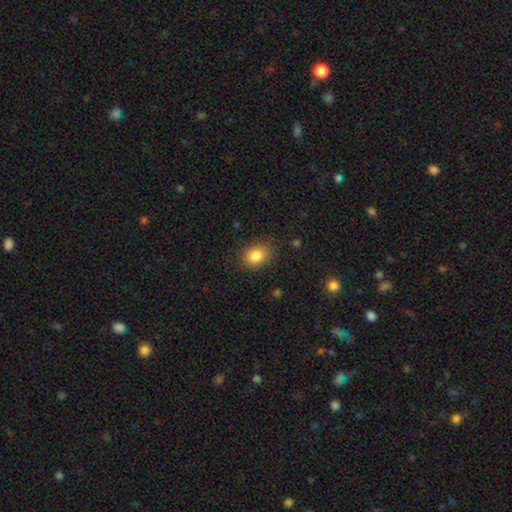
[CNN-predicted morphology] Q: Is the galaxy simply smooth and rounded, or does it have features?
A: smooth — 85%.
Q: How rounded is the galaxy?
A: in between — 60%.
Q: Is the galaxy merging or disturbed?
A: none — 82%.